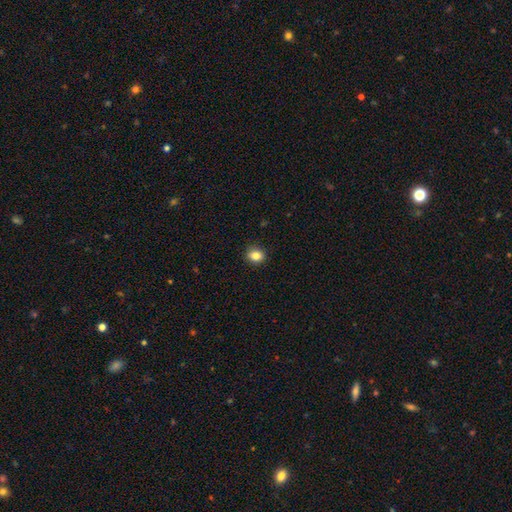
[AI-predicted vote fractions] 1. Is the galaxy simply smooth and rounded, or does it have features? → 85% smooth, 10% star or artifact, 5% featured or disk.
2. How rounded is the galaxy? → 63% round, 36% in between, 1% cigar-shaped.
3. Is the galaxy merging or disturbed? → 89% none, 8% minor disturbance, 2% major disturbance, 1% merger.